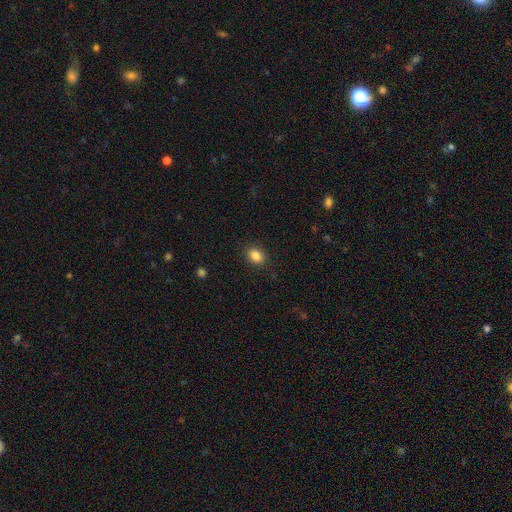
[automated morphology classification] Smooth or featured?
  - smooth: 86% *
  - star or artifact: 10%
  - featured or disk: 5%
How rounded?
  - in between: 68% *
  - round: 31%
  - cigar-shaped: 1%
Merging?
  - none: 88% *
  - minor disturbance: 8%
  - major disturbance: 3%
  - merger: 1%